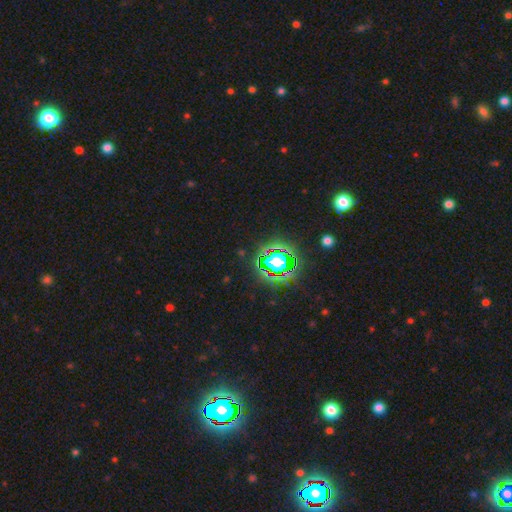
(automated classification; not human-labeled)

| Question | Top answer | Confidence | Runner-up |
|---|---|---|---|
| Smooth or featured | star or artifact | 85% | smooth (9%) |